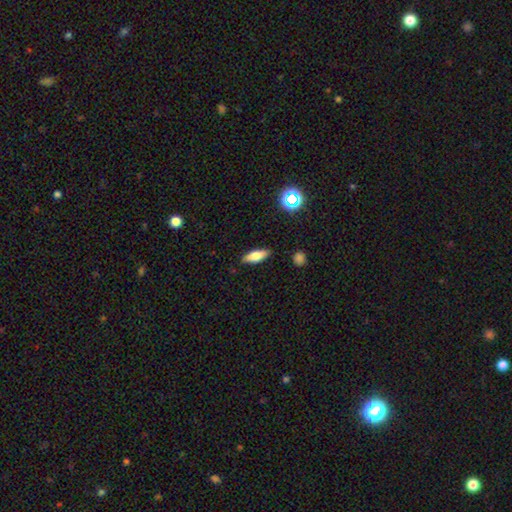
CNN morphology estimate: A smooth galaxy with no disk features (64%) that is in between round and cigar-shaped (63%).

Vote fractions:
- Smooth or featured? smooth: 64% / featured or disk: 27% / star or artifact: 9%
- How rounded? in between: 63% / cigar-shaped: 34% / round: 3%
- Merging? none: 86% / minor disturbance: 10% / major disturbance: 2% / merger: 1%